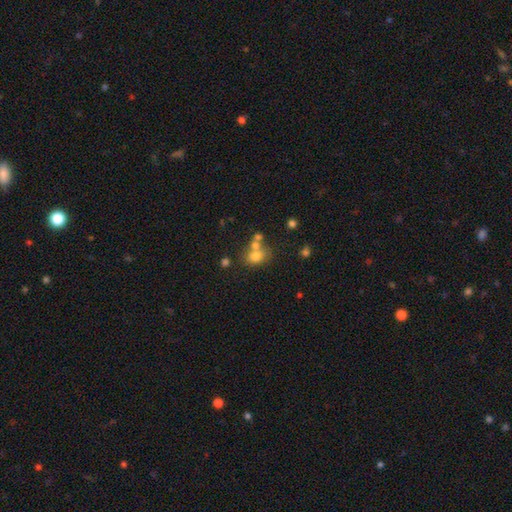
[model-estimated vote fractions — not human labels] smooth_or_featured: smooth (p=0.72) [alt: star or artifact p=0.14]
how_rounded: round (p=0.57) [alt: in between p=0.42]
merging: none (p=0.47) [alt: merger p=0.35]